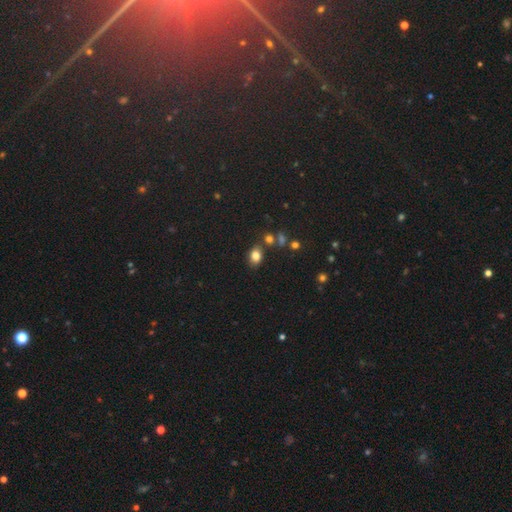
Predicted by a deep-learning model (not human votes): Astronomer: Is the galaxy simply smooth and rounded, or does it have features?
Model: smooth — 81%.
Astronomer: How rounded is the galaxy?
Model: in between — 69%.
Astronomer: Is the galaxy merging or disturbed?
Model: none — 74%.